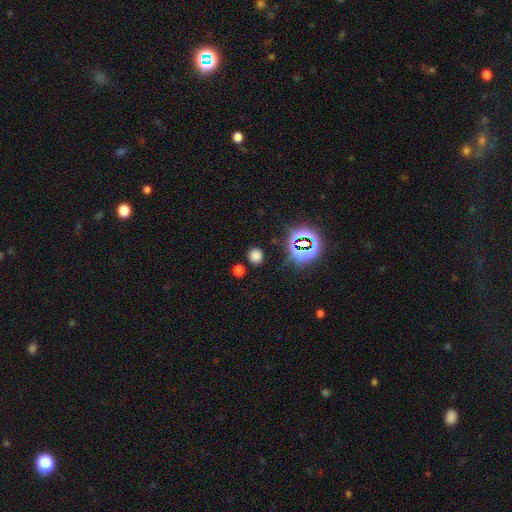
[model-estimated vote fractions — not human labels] Smooth or featured: smooth — 68% (star or artifact — 27%)
How rounded: round — 84% (in between — 15%)
Merging: none — 85% (minor disturbance — 8%)